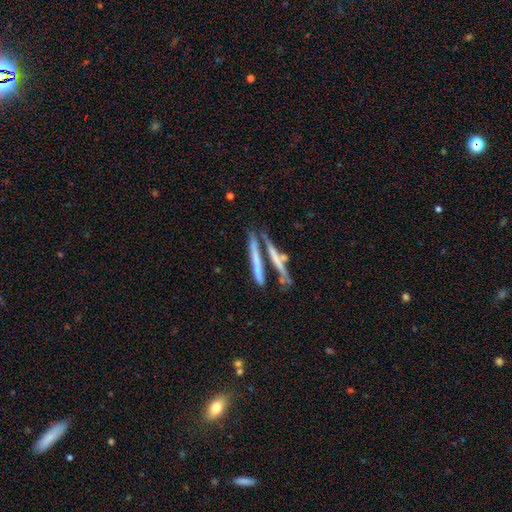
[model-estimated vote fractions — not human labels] Smooth or featured? featured or disk (50%)
Merging? none (52%)